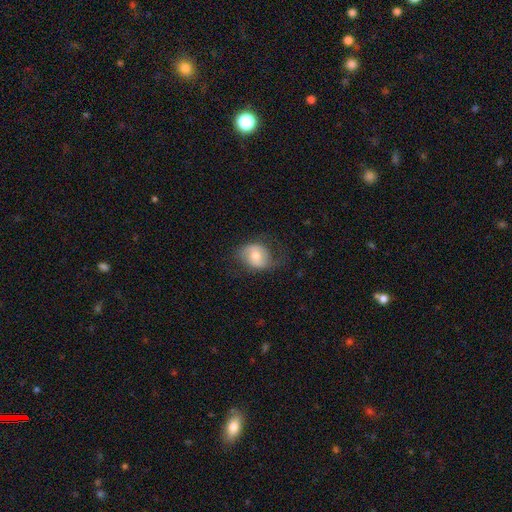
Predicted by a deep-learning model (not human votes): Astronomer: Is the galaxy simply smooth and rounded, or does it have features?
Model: smooth — 51% (runner-up: featured or disk, 42%).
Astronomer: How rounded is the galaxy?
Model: in between — 53% (runner-up: round, 46%).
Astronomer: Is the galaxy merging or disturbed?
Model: none — 59%.